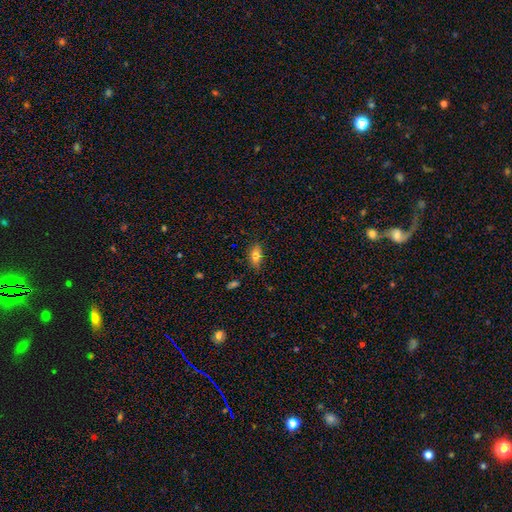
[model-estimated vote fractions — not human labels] smooth 76%, featured or disk 15%, star or artifact 9%. Down the decision tree: how rounded — in between (84%); merging — none (79%).